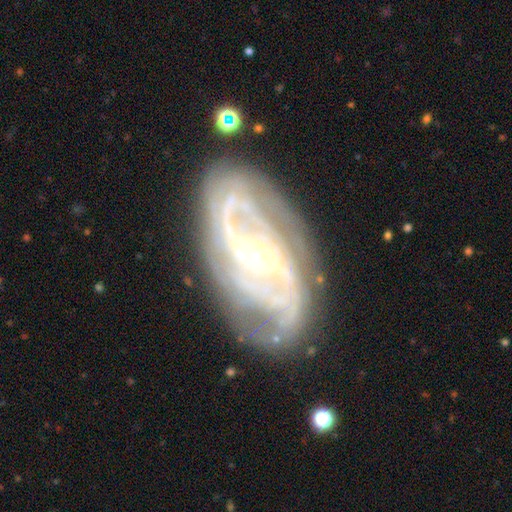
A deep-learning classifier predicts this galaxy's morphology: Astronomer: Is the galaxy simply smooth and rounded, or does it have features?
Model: featured or disk — 88%.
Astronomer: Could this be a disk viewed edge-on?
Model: no — 94%.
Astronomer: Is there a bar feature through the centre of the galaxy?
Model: strong — 38% (runner-up: weak, 34%).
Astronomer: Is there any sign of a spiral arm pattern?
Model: yes — 94%.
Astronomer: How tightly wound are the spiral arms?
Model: tight — 43% (runner-up: medium, 41%).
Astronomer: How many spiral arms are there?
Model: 2 — 51%.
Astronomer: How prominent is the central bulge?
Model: small — 77%.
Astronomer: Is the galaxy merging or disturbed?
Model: none — 73%.